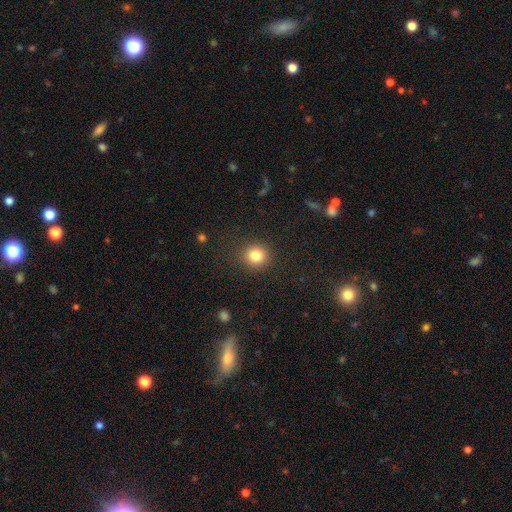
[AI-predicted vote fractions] smooth-or-featured: smooth: 83% | star or artifact: 11% | featured or disk: 6%
  how-rounded: round: 87% | in between: 12% | cigar-shaped: 1%
  merging: none: 88% | minor disturbance: 7% | major disturbance: 3% | merger: 1%